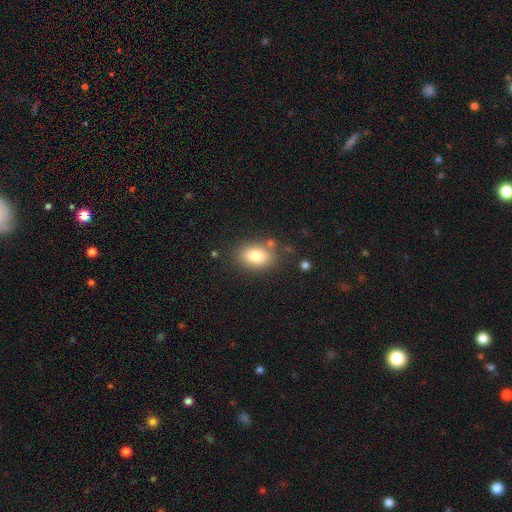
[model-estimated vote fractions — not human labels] Q: Smooth or featured?
A: smooth (82%); runner-up: featured or disk (10%)
Q: How rounded?
A: in between (84%); runner-up: round (14%)
Q: Merging?
A: none (79%); runner-up: minor disturbance (13%)